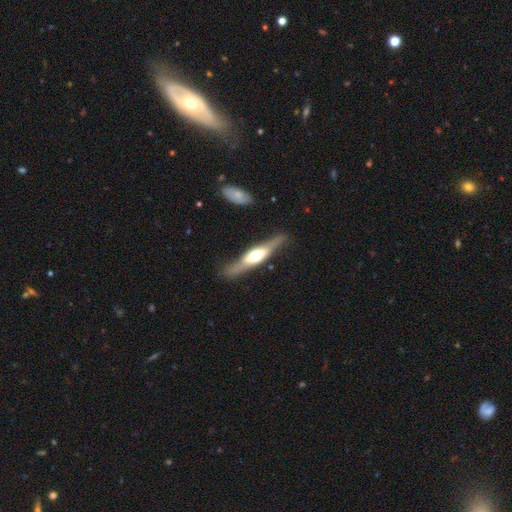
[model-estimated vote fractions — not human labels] Overall: featured or disk (70%). Edge-on disk: yes (89%). Edge-on bulge: rounded (84%). Merging: none (77%).